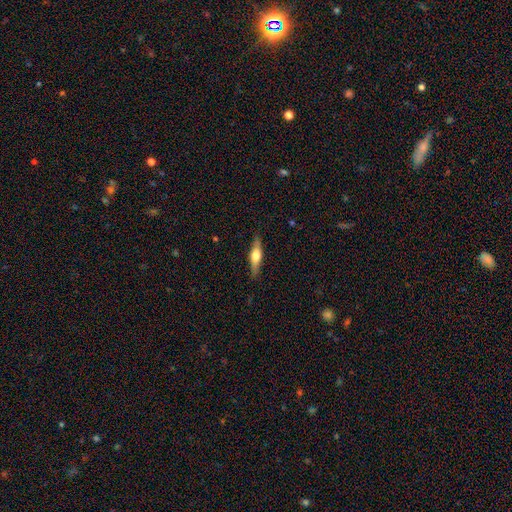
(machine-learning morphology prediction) smooth_or_featured: featured or disk (p=0.52) [alt: smooth p=0.42]
disk_edge_on: yes (p=0.93) [alt: no p=0.07]
merging: none (p=0.86) [alt: minor disturbance p=0.10]